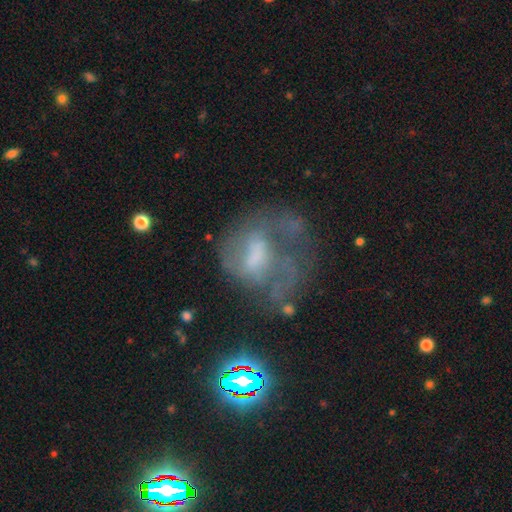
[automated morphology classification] This appears to be a featured or disk galaxy (61%) with no bar (45%), spiral arms (58%) and a moderate central bulge (34%). Merging: major disturbance (38%).